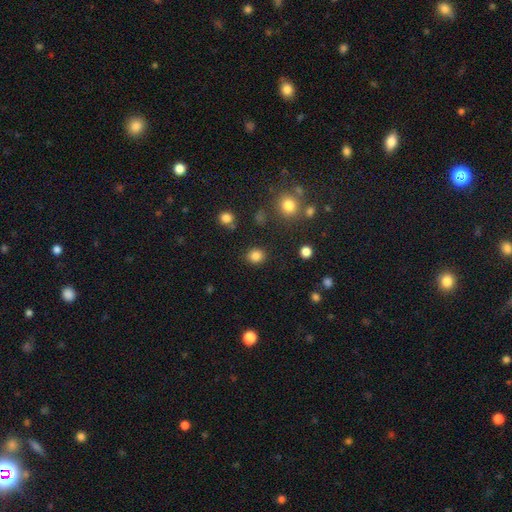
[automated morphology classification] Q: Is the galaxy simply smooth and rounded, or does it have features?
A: smooth — 84%.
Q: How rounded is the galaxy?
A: round — 75%.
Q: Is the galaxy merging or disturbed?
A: none — 87%.